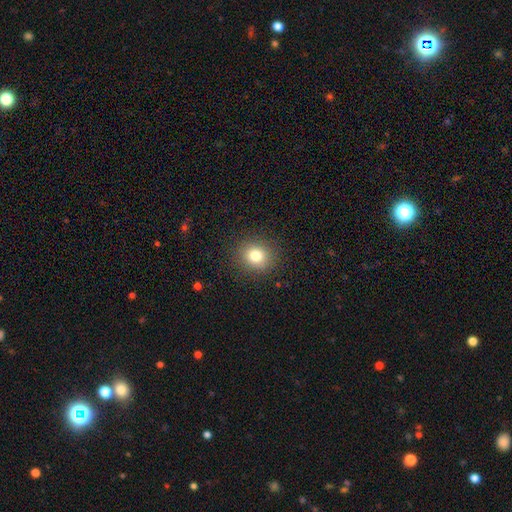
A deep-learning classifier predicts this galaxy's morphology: smooth_or_featured: smooth (p=0.79) [alt: star or artifact p=0.13]
how_rounded: round (p=0.79) [alt: in between p=0.20]
merging: none (p=0.89) [alt: minor disturbance p=0.07]